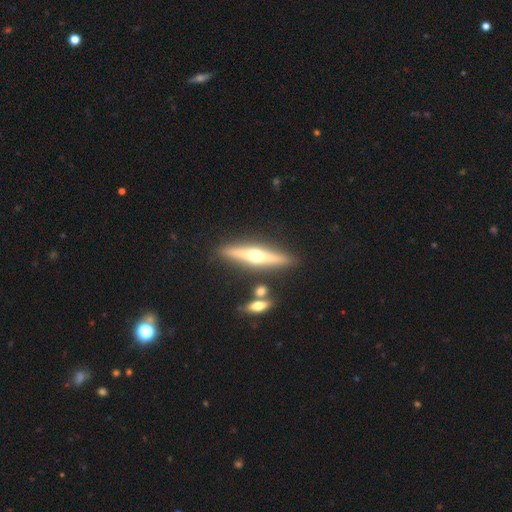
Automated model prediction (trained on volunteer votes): Overall: featured or disk (71%). Edge-on disk: yes (96%). Edge-on bulge: rounded (95%). Merging: none (85%).